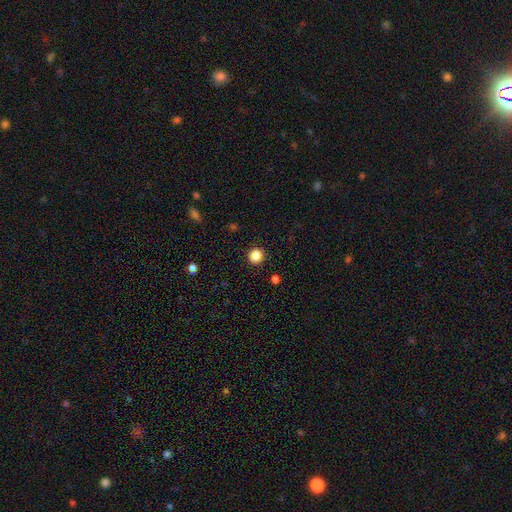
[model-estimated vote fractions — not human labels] A smooth galaxy with no disk features (86%) that is round (93%).

Vote fractions:
- Smooth or featured? smooth: 86% / star or artifact: 11% / featured or disk: 3%
- How rounded? round: 93% / in between: 6% / cigar-shaped: 1%
- Merging? none: 93% / minor disturbance: 5% / major disturbance: 2% / merger: 1%